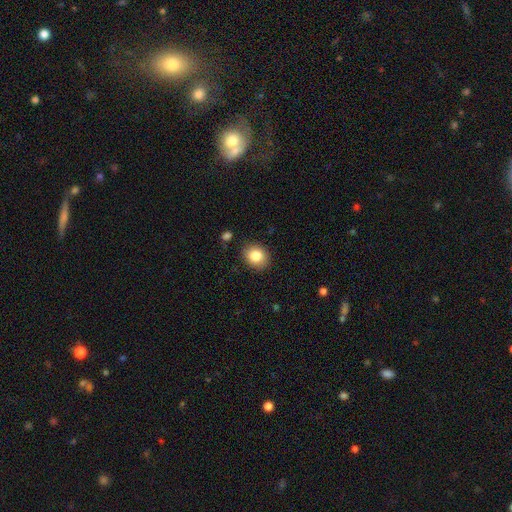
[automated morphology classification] Overall: smooth (84%). How rounded: round (64%; in between 35%). Merging: none (85%).